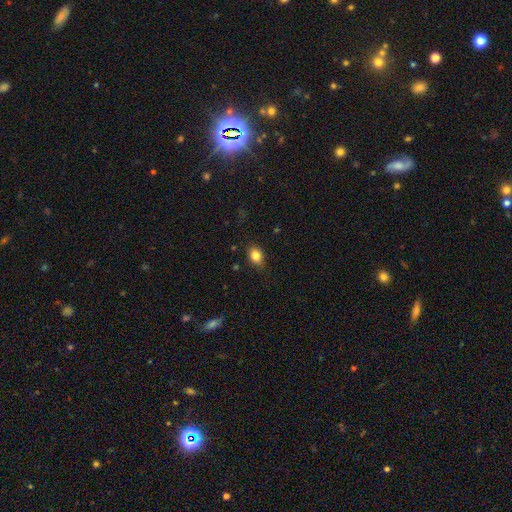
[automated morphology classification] This appears to be a smooth galaxy with no disk features (84%) that is in between round and cigar-shaped (74%). Merging: none (83%).